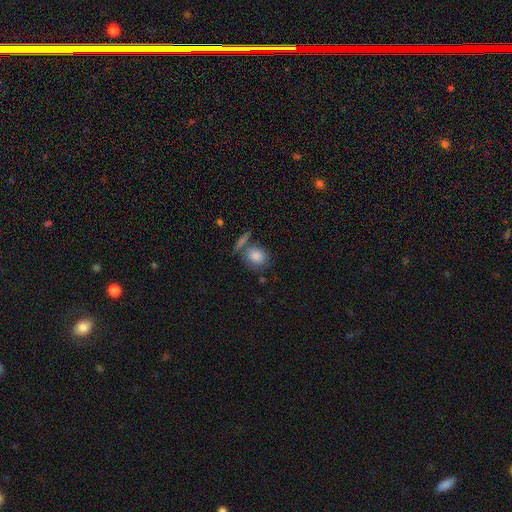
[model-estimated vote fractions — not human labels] smooth 82%, featured or disk 10%, star or artifact 8%. Down the decision tree: how rounded — round (57%); merging — none (60%).